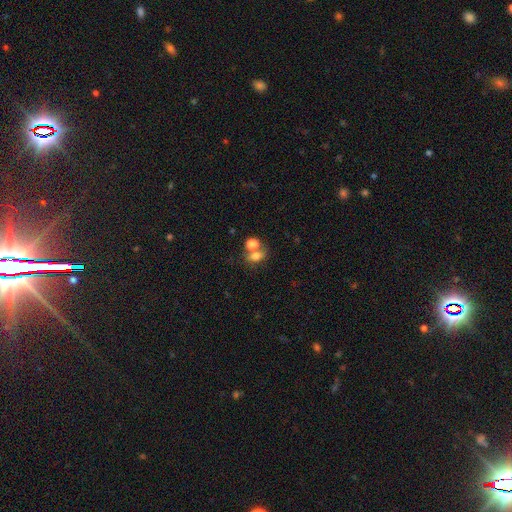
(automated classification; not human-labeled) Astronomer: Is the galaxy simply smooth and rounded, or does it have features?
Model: smooth — 72%.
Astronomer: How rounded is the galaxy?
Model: in between — 63%.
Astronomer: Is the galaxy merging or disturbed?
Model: merger — 44% (runner-up: none, 38%).